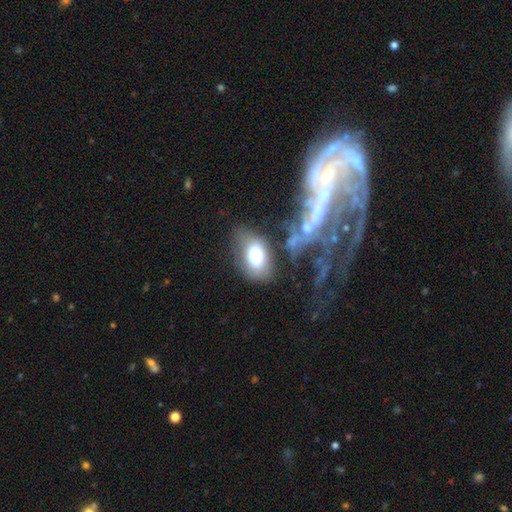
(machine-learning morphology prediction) Overall: smooth (71%). How rounded: in between (85%). Merging: none (52%; minor disturbance 22%).